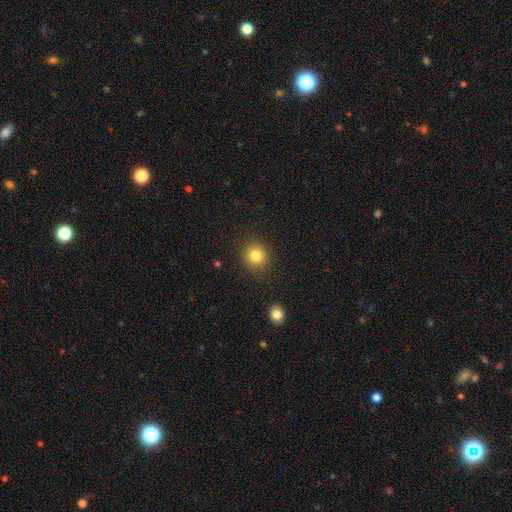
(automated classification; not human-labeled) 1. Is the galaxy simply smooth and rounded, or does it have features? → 82% smooth, 11% star or artifact, 6% featured or disk.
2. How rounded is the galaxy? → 89% round, 10% in between, 1% cigar-shaped.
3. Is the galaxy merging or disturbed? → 89% none, 7% minor disturbance, 3% major disturbance, 2% merger.